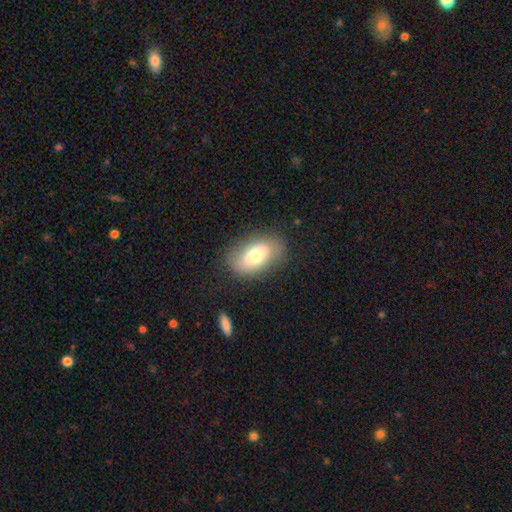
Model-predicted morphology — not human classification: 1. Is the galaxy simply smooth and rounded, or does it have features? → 69% smooth, 24% featured or disk, 7% star or artifact.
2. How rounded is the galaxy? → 89% in between, 9% round, 2% cigar-shaped.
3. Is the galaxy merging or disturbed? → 80% none, 14% minor disturbance, 5% major disturbance, 2% merger.